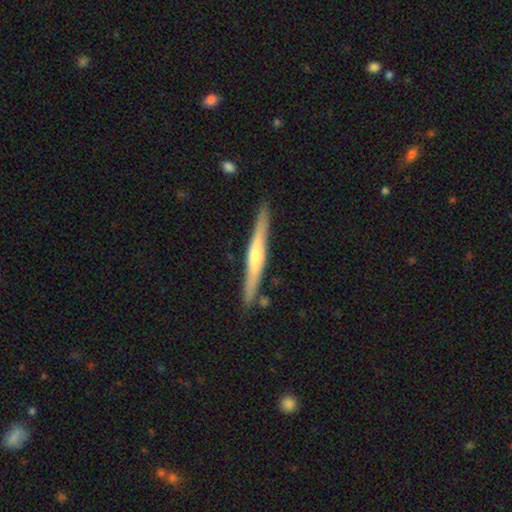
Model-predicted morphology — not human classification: type=featured or disk (69%); edge-on=yes (98%); edge-on bulge=rounded (72%); merging=none (89%).